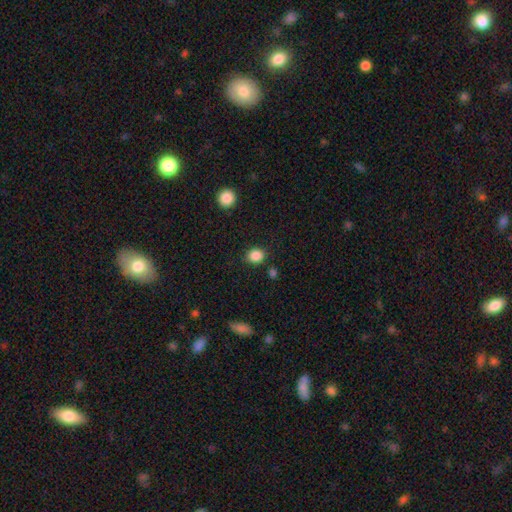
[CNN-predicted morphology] Overall: smooth (87%). How rounded: round (65%; in between 34%). Merging: none (84%).